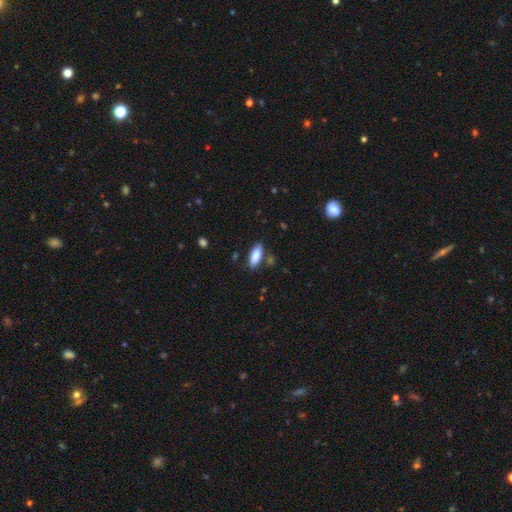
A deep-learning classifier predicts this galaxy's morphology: Smooth or featured: smooth — 87% (featured or disk — 7%)
How rounded: in between — 72% (cigar-shaped — 26%)
Merging: none — 81% (minor disturbance — 13%)